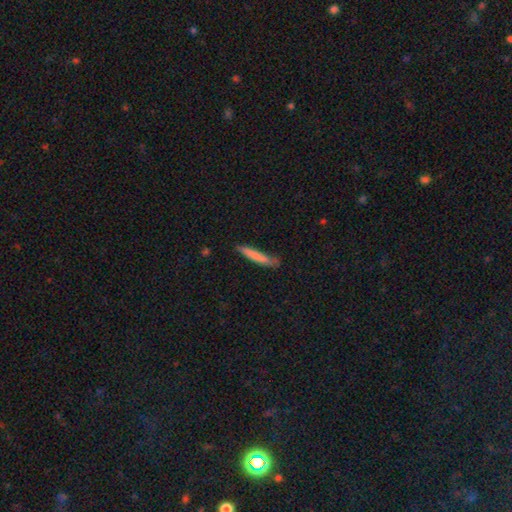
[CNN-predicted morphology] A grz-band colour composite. It shows a smooth galaxy with no disk features (77%) that is cigar-shaped (93%). Merging: none (72%).